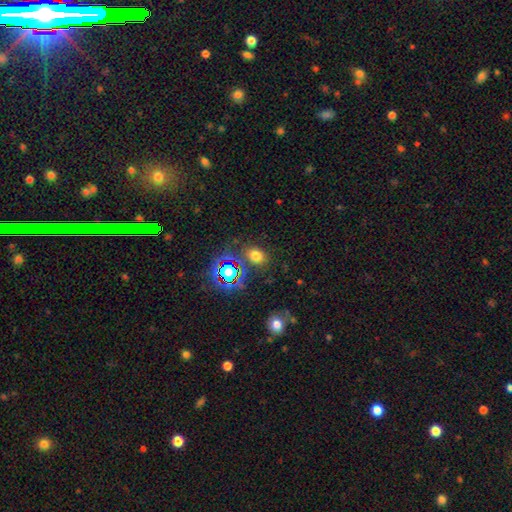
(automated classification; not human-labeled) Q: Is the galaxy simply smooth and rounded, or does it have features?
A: smooth — 66%.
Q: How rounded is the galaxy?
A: in between — 57%.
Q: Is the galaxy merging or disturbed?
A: none — 79%.